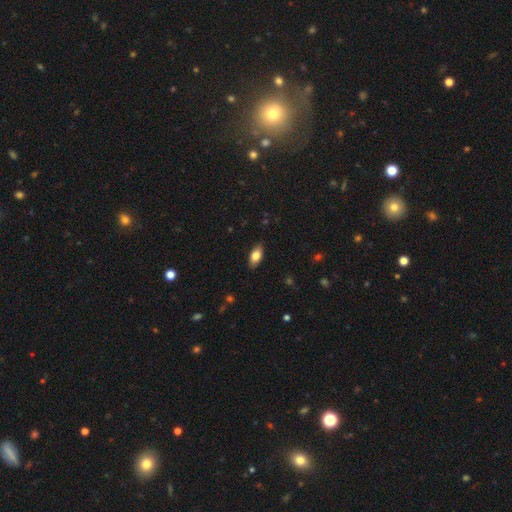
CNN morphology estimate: type=smooth (80%); roundness=in between (89%); merging=none (85%).